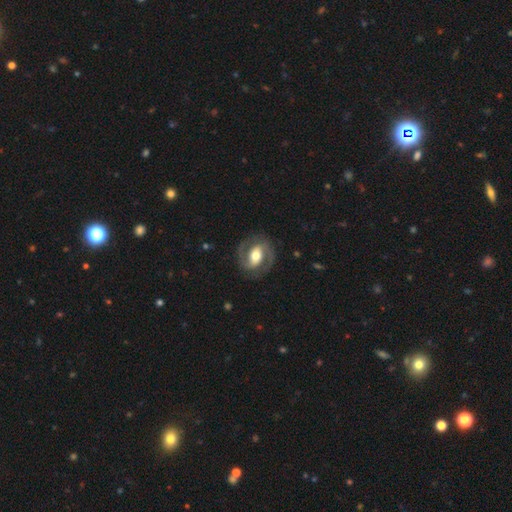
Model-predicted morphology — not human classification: A featured or disk galaxy (81%) with a strong bar (39%), 2 (91%) medium (51%) spiral arms (89%) and a moderate central bulge (65%).

Vote fractions:
- Smooth or featured? featured or disk: 81% / smooth: 14% / star or artifact: 5%
- Edge-on disk? no: 97% / yes: 3%
- Bar? strong: 39% / weak: 36% / no: 25%
- Spiral arms? yes: 89% / no: 11%
- Spiral winding? medium: 51% / tight: 35% / loose: 13%
- Spiral arm count? 2: 91% / can't tell: 4% / 1: 2% / 3: 1% / 4: 1% / more than 4: 1%
- Bulge size? moderate: 65% / large: 22% / small: 10% / dominant: 2% / none: 1%
- Merging? none: 82% / minor disturbance: 11% / major disturbance: 6% / merger: 1%